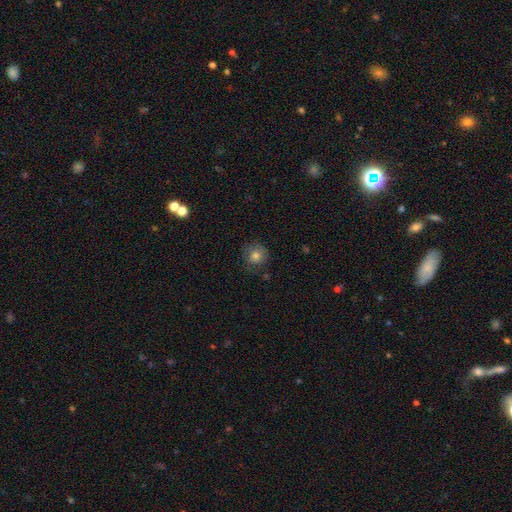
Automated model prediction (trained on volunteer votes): Smooth or featured? smooth (78%)
How rounded? round (91%)
Merging? none (78%)